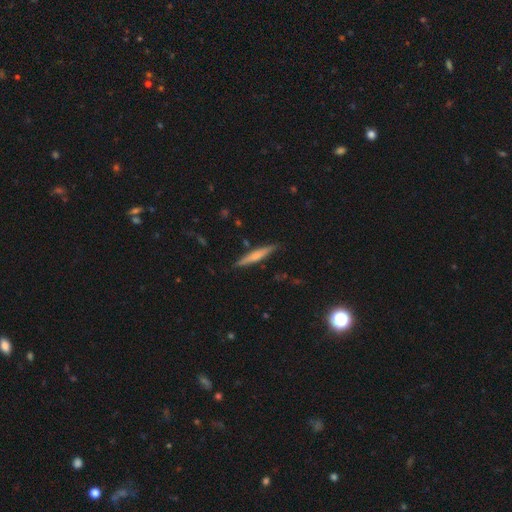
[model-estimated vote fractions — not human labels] smooth-or-featured: smooth: 55% | featured or disk: 39% | star or artifact: 6%
  how-rounded: cigar-shaped: 93% | in between: 5% | round: 1%
  merging: none: 86% | minor disturbance: 10% | merger: 2% | major disturbance: 2%